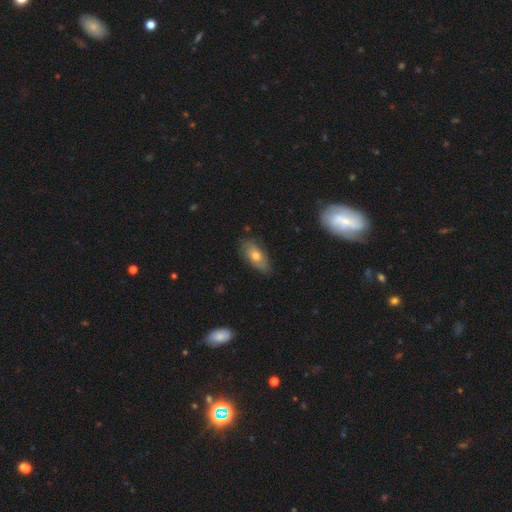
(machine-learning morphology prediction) This appears to be a smooth galaxy with no disk features (65%) that is in between round and cigar-shaped (86%). Merging: none (81%).